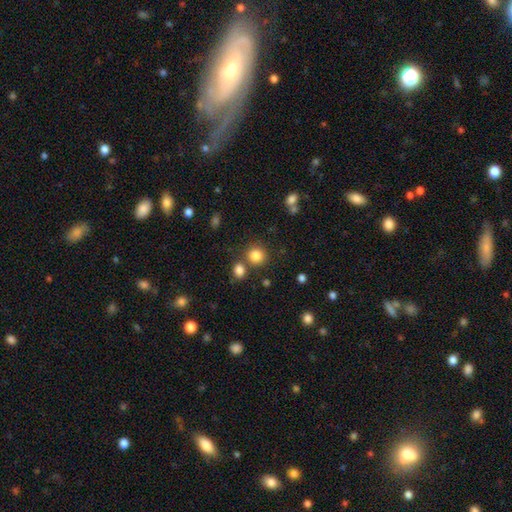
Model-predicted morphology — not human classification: Q: Smooth or featured?
A: smooth (83%); runner-up: star or artifact (12%)
Q: How rounded?
A: round (88%); runner-up: in between (11%)
Q: Merging?
A: none (75%); runner-up: merger (14%)